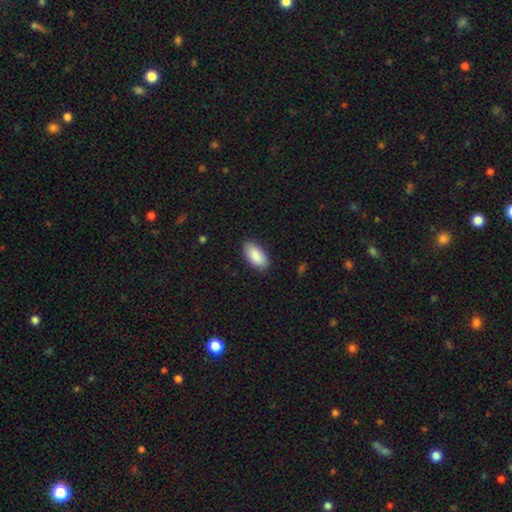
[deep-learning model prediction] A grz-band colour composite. It shows a smooth galaxy with no disk features (89%) that is in between round and cigar-shaped (95%). Merging: none (88%).